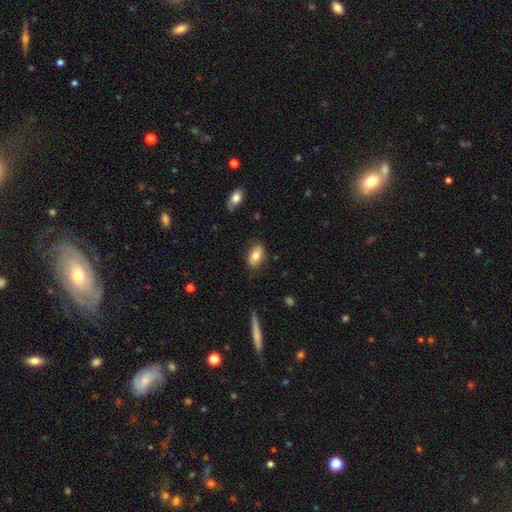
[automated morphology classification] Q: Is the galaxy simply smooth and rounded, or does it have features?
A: smooth — 76%.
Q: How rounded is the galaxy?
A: in between — 90%.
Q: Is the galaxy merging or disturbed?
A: none — 80%.